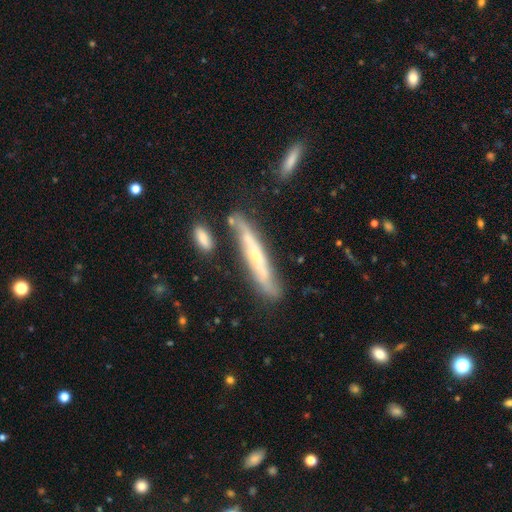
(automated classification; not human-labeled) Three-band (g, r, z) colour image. It shows a featured or disk galaxy (64%) viewed edge-on (71%). Merging: none (71%).